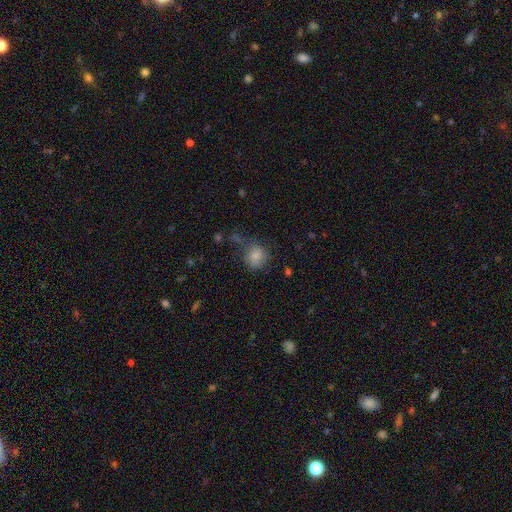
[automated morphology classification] Smooth or featured? smooth (80%)
How rounded? round (76%)
Merging? none (60%)